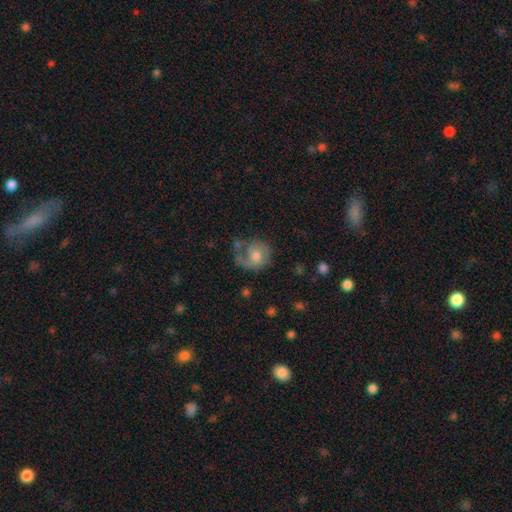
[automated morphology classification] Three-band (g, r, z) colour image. It shows a featured or disk galaxy (54%) with no bar (75%), spiral arms (77%) and a moderate central bulge (66%). Merging: none (47%).